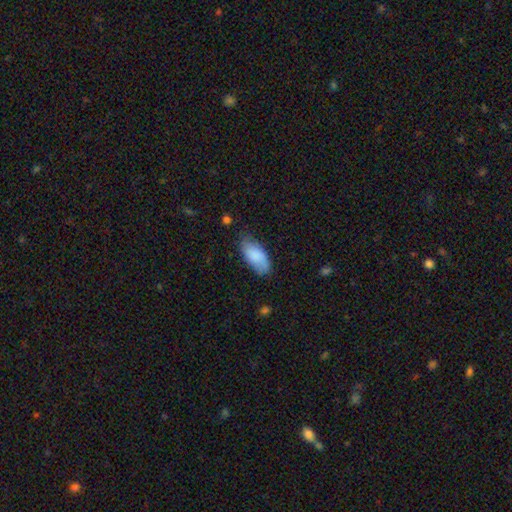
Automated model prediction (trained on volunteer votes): A smooth galaxy with no disk features (79%) that is in between round and cigar-shaped (93%). Merging: none (70%).